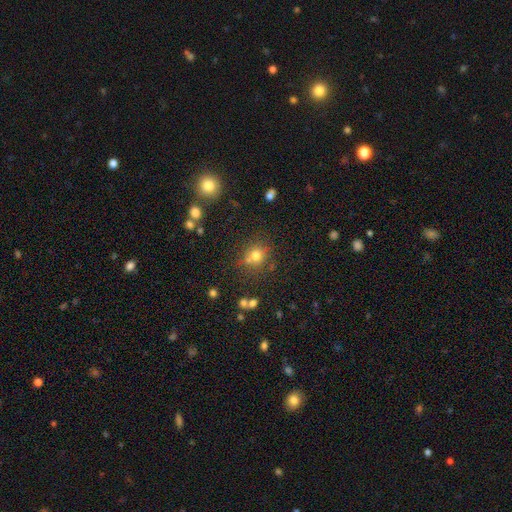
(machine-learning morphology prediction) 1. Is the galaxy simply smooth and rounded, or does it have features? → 72% smooth, 17% star or artifact, 11% featured or disk.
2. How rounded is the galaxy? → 80% round, 19% in between, 1% cigar-shaped.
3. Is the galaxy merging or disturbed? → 66% none, 18% merger, 12% minor disturbance, 5% major disturbance.